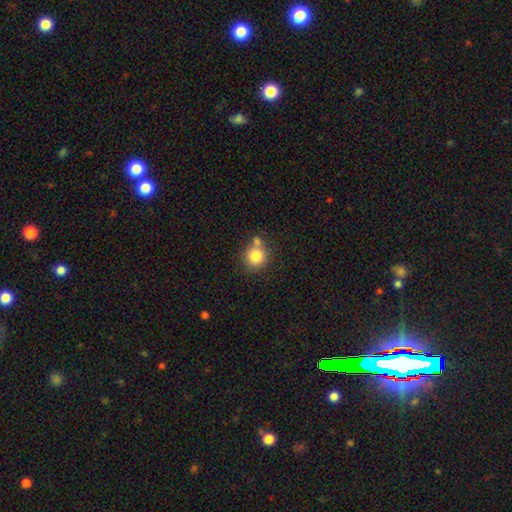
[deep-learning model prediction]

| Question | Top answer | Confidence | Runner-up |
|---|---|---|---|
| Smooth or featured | smooth | 82% | star or artifact (10%) |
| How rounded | round | 88% | in between (11%) |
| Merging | none | 57% | merger (27%) |